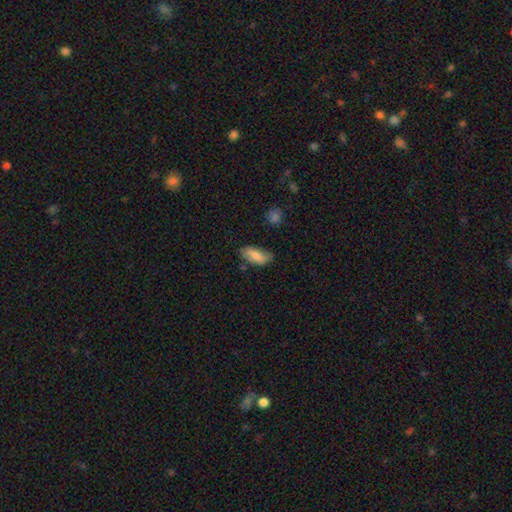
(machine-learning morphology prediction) This is likely a smooth galaxy (77%). How rounded: clearly in between (88%). Merging: likely none (71%).